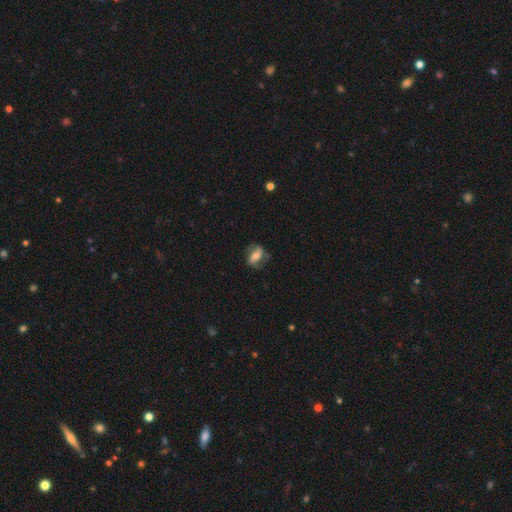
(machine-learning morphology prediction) Overall: featured or disk (52%; smooth 40%). Edge-on disk: no (88%). Merging: none (68%).